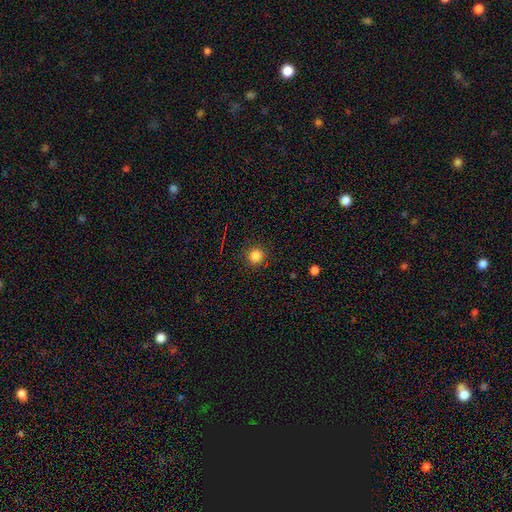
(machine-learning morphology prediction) smooth-or-featured: smooth: 84% | star or artifact: 12% | featured or disk: 4%
  how-rounded: round: 92% | in between: 7% | cigar-shaped: 1%
  merging: none: 90% | minor disturbance: 6% | major disturbance: 2% | merger: 1%